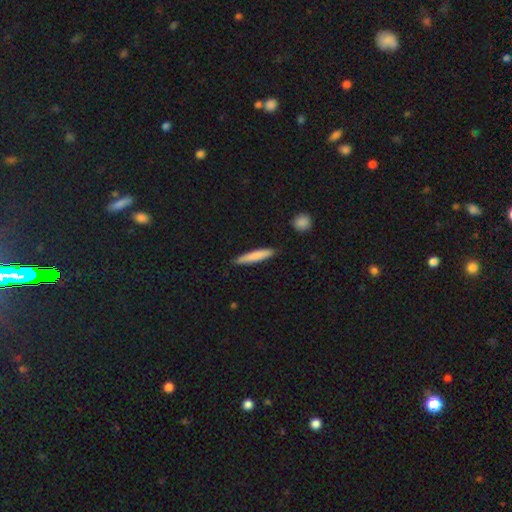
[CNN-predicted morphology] Smooth or featured: smooth — 78% (featured or disk — 16%)
How rounded: cigar-shaped — 91% (in between — 8%)
Merging: none — 87% (minor disturbance — 10%)